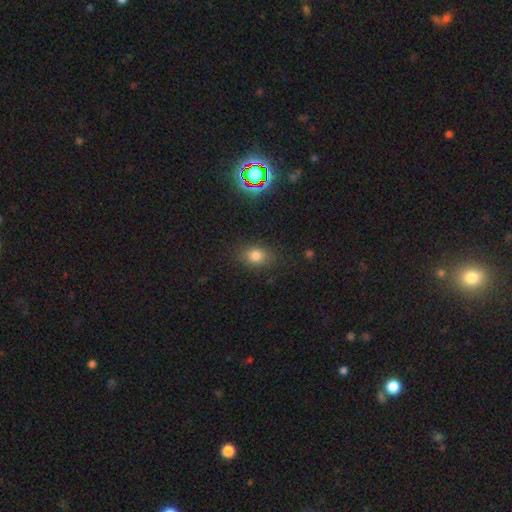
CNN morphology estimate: Smooth or featured? Predicted: smooth (p=0.76). How rounded? Predicted: in between (p=0.56). Merging? Predicted: none (p=0.82).